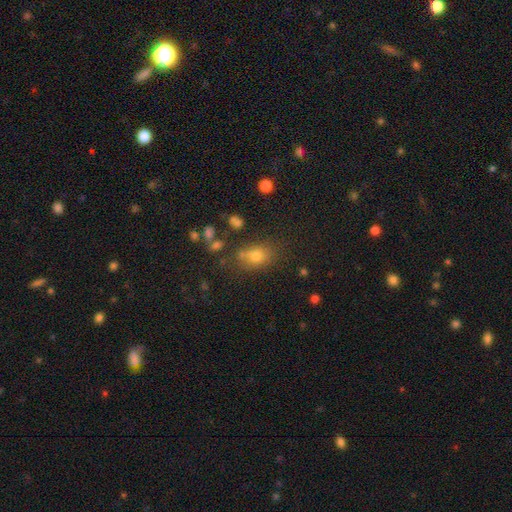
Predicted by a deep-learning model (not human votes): Morphology: type=smooth (71%); roundness=in between (66%); merging=none (63%).